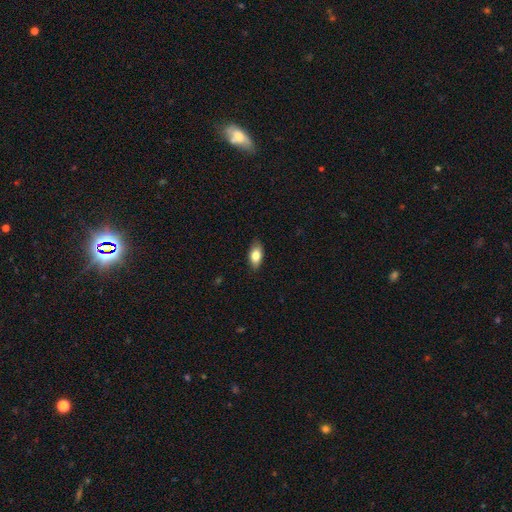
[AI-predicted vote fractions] Overall: smooth (78%). How rounded: in between (89%). Merging: none (85%).